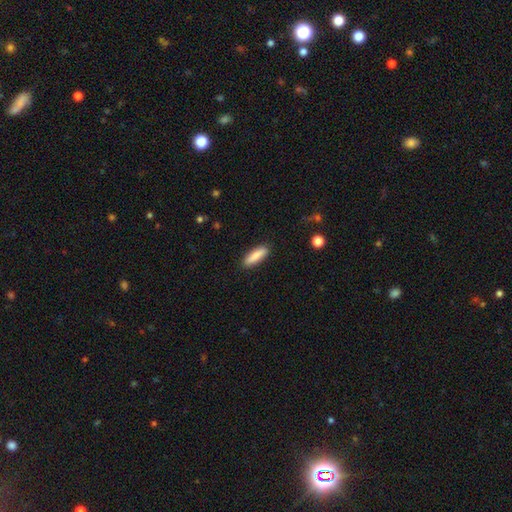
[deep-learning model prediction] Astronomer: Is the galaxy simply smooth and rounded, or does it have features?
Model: smooth — 85%.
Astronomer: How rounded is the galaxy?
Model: cigar-shaped — 62%.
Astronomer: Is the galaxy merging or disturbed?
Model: none — 89%.